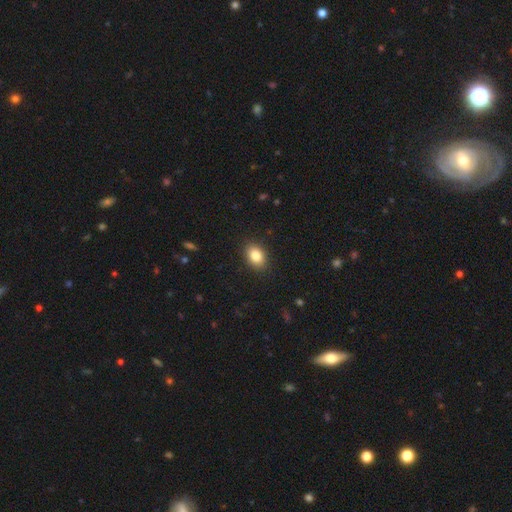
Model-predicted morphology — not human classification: Smooth or featured: smooth — 85% (star or artifact — 9%)
How rounded: in between — 76% (round — 22%)
Merging: none — 89% (minor disturbance — 8%)